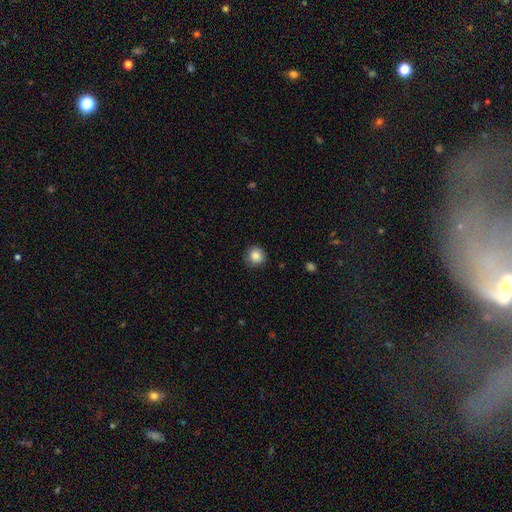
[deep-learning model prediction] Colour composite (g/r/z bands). It shows a smooth galaxy with no disk features (85%) that is round (93%). Merging: none (87%).